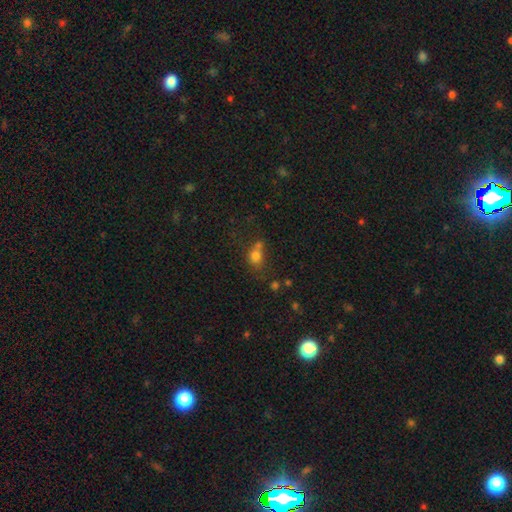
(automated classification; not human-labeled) Smooth or featured?
  - smooth: 75% *
  - star or artifact: 15%
  - featured or disk: 10%
How rounded?
  - round: 66% *
  - in between: 32%
  - cigar-shaped: 1%
Merging?
  - none: 40% *
  - merger: 37%
  - minor disturbance: 15%
  - major disturbance: 9%